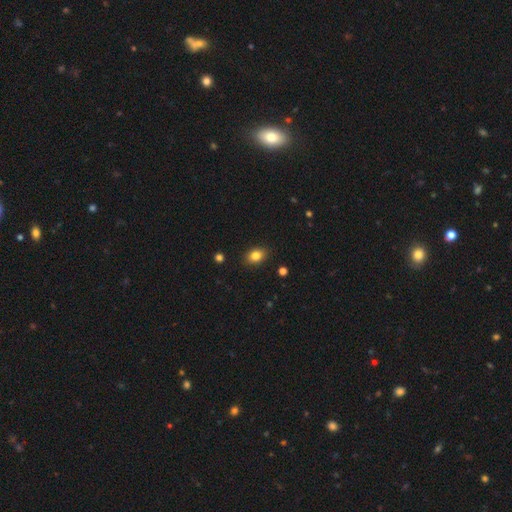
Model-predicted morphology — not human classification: A smooth galaxy with no disk features (84%) that is in between round and cigar-shaped (74%).

Vote fractions:
- Smooth or featured? smooth: 84% / star or artifact: 10% / featured or disk: 6%
- How rounded? in between: 74% / round: 24% / cigar-shaped: 1%
- Merging? none: 87% / minor disturbance: 9% / major disturbance: 2% / merger: 1%